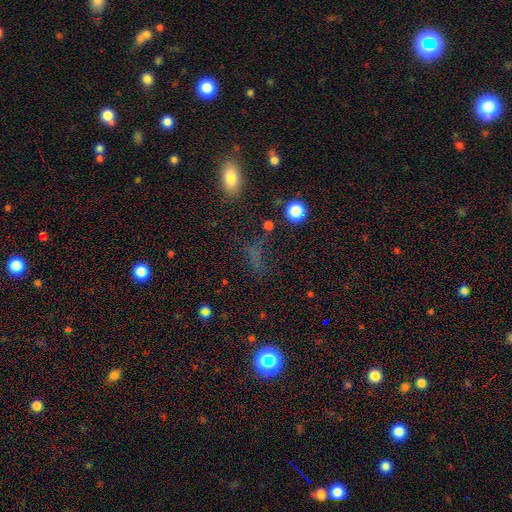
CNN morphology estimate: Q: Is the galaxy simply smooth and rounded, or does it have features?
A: smooth — 47%.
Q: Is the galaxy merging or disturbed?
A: none — 61%.